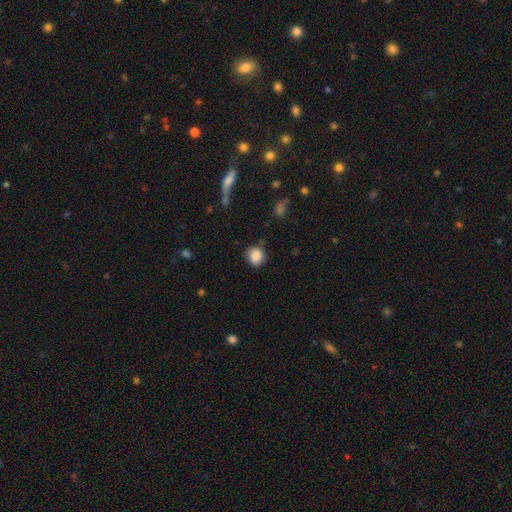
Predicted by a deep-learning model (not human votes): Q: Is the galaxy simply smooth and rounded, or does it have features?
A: smooth — 87%.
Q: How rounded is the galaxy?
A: round — 82%.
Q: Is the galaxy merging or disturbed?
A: none — 79%.